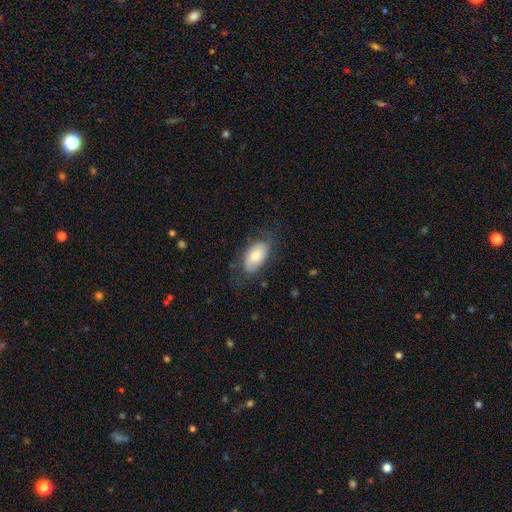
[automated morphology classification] type=smooth (73%); roundness=in between (94%); merging=none (68%).